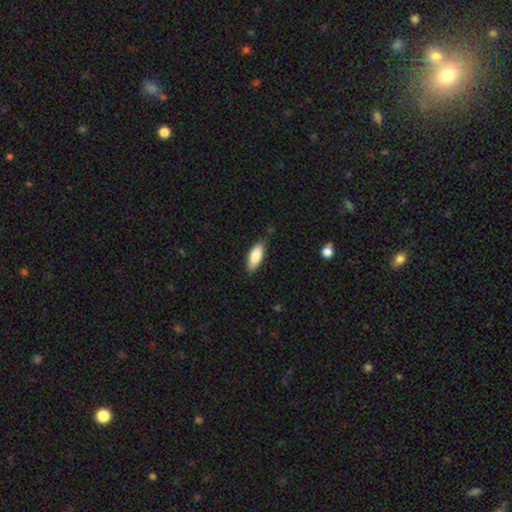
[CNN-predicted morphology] type=smooth (84%); roundness=in between (71%); merging=none (82%).